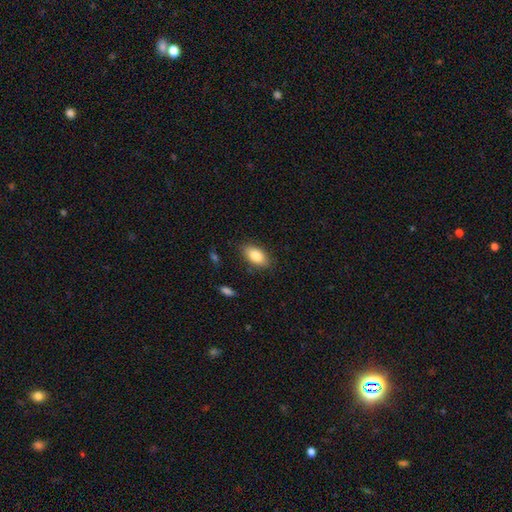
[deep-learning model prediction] Morphology: type=smooth (85%); roundness=in between (92%); merging=none (85%).